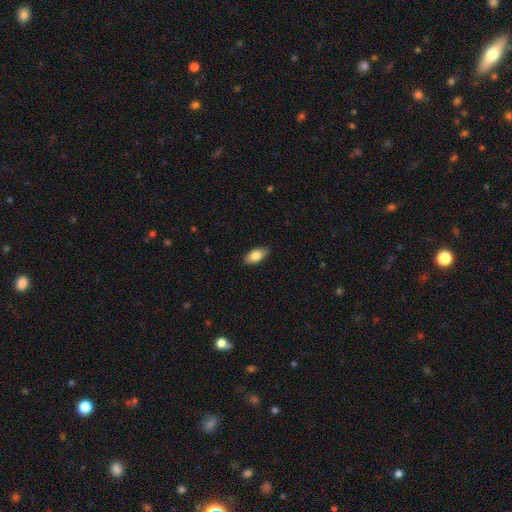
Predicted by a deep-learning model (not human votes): This is clearly a smooth galaxy (81%). How rounded: clearly in between (90%). Merging: clearly none (88%).